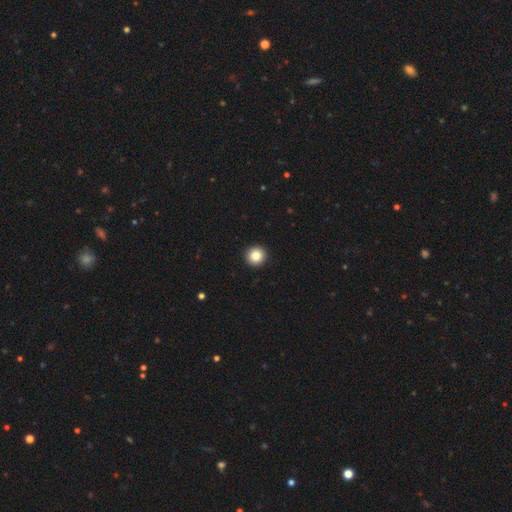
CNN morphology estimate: The model was most divided on "smooth or featured": smooth: 86%, star or artifact: 10%, featured or disk: 5%. More confident: how rounded — round (96%); merging — none (94%).